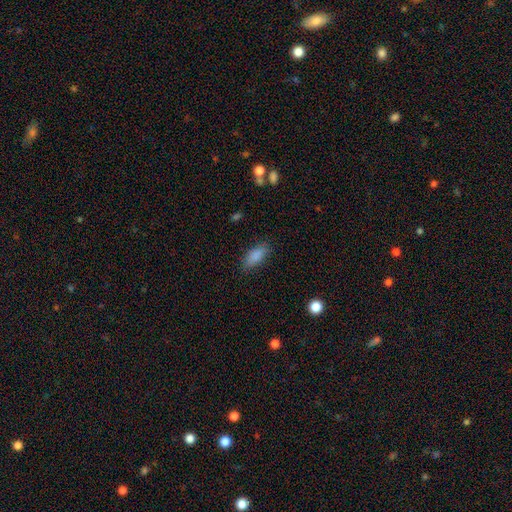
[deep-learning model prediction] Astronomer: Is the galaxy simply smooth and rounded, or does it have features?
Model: smooth — 87%.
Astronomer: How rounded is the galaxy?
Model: in between — 84%.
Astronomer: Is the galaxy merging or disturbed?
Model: none — 82%.